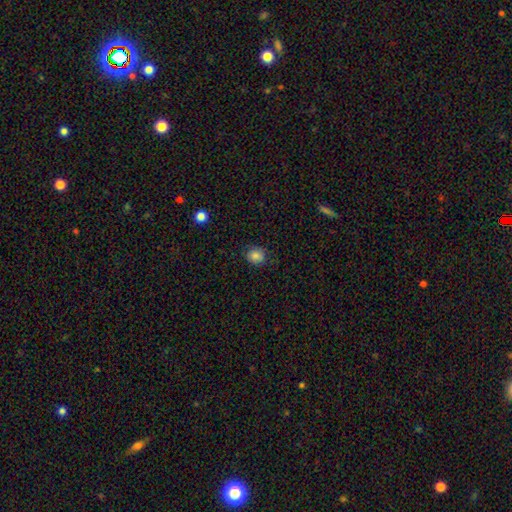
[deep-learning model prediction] Smooth or featured? smooth (84%)
How rounded? round (72%)
Merging? none (83%)